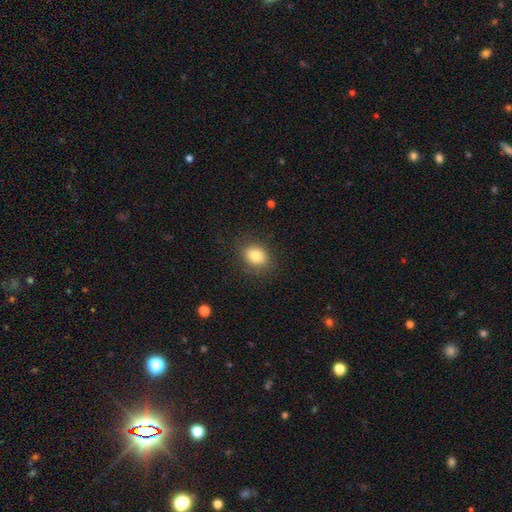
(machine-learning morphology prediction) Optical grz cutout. It shows a smooth galaxy with no disk features (82%) that is in between round and cigar-shaped (52%). Merging: none (83%).